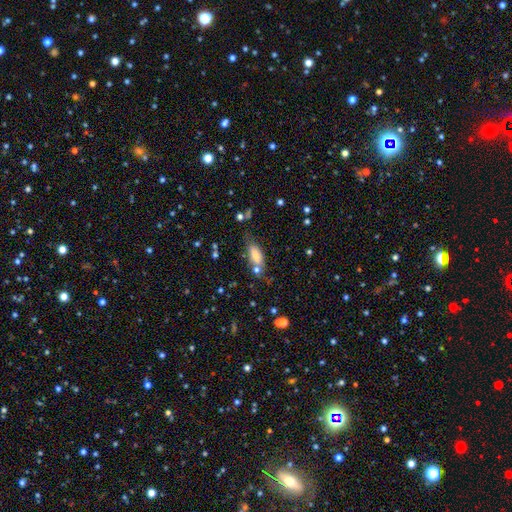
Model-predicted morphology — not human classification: A smooth galaxy with no disk features (72%) that is in between round and cigar-shaped (75%).

Vote fractions:
- Smooth or featured? smooth: 72% / featured or disk: 19% / star or artifact: 9%
- How rounded? in between: 75% / cigar-shaped: 22% / round: 3%
- Merging? none: 59% / minor disturbance: 20% / merger: 14% / major disturbance: 7%